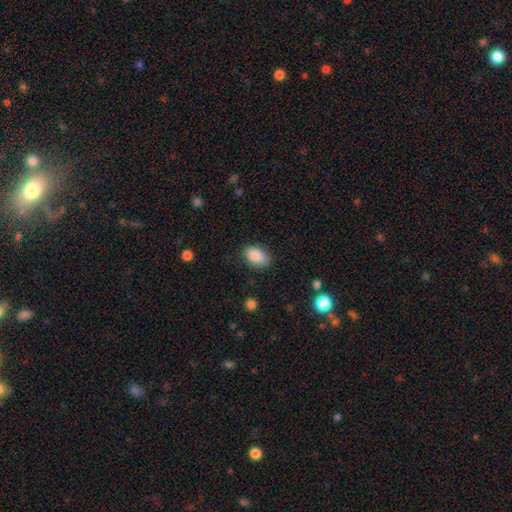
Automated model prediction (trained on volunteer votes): A smooth galaxy with no disk features (88%) that is in between round and cigar-shaped (91%). Merging: none (83%).